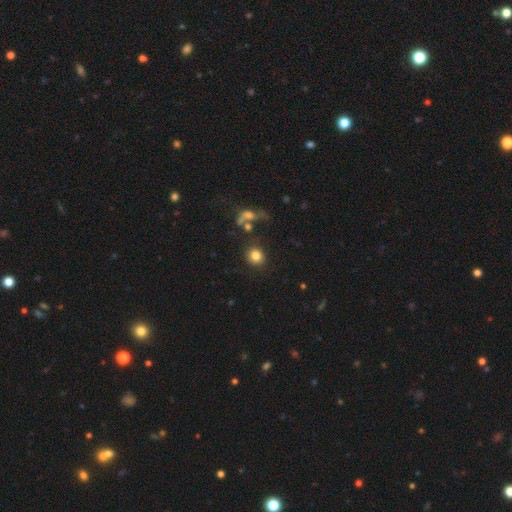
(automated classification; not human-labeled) A smooth galaxy with no disk features (80%) that is round (88%). Merging: none (77%).